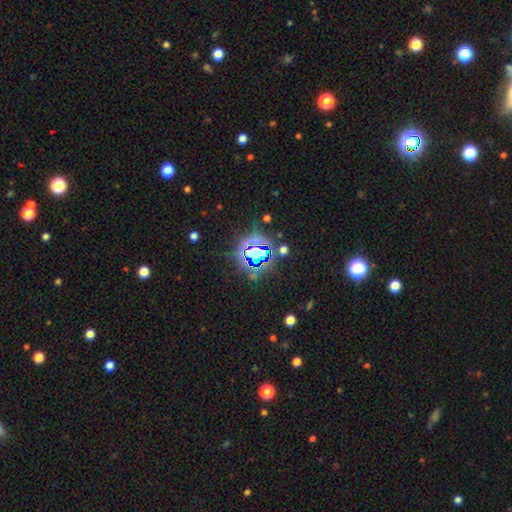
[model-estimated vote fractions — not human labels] Smooth or featured? Predicted: star or artifact (p=0.76).